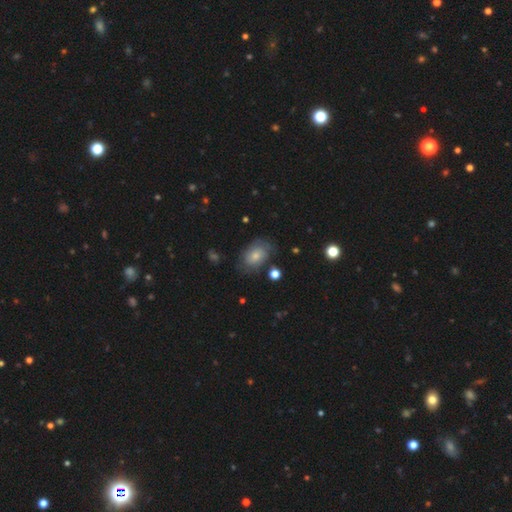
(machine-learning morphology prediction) This is possibly a smooth galaxy (55%). How rounded: likely in between (80%). Merging: likely none (63%).